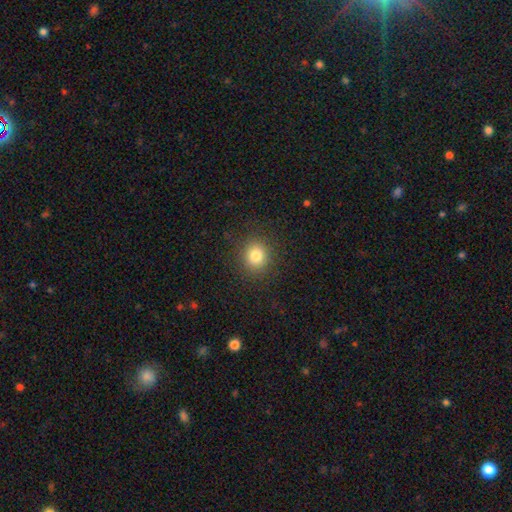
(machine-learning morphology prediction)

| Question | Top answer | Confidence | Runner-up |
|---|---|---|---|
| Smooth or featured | smooth | 82% | star or artifact (12%) |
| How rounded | round | 84% | in between (15%) |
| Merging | none | 89% | minor disturbance (7%) |